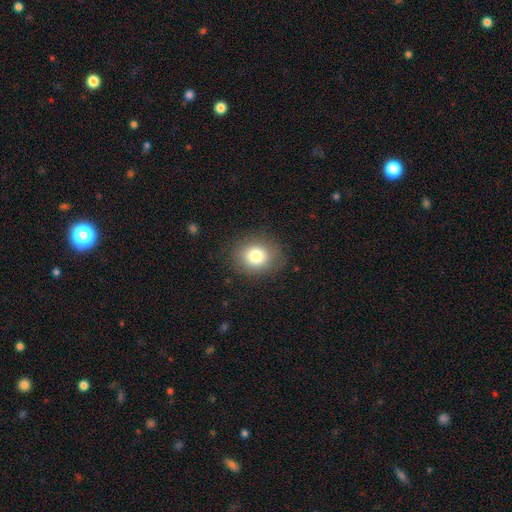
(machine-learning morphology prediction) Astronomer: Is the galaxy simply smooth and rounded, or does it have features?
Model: smooth — 79%.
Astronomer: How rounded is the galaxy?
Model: round — 71%.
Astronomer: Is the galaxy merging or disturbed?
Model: none — 85%.